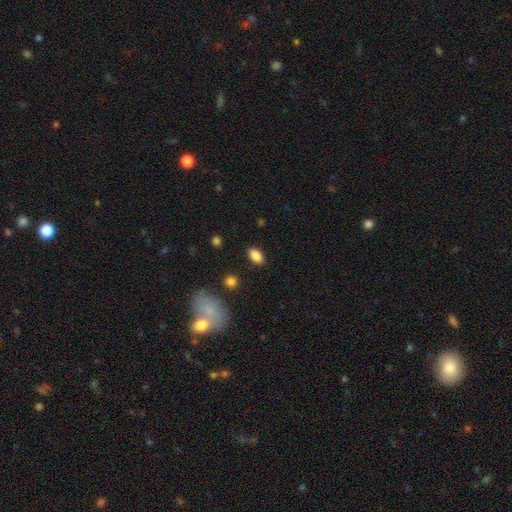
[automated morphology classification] smooth 87%, star or artifact 8%, featured or disk 5%. Down the decision tree: how rounded — in between (90%); merging — none (87%).